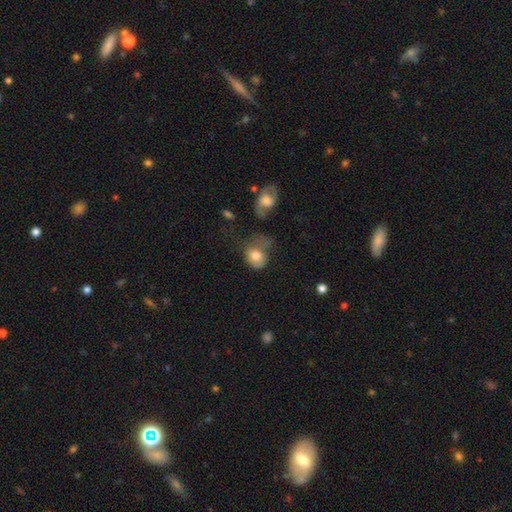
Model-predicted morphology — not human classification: This appears to be a smooth galaxy with no disk features (71%) that is round (54%). Merging: major disturbance (33%).